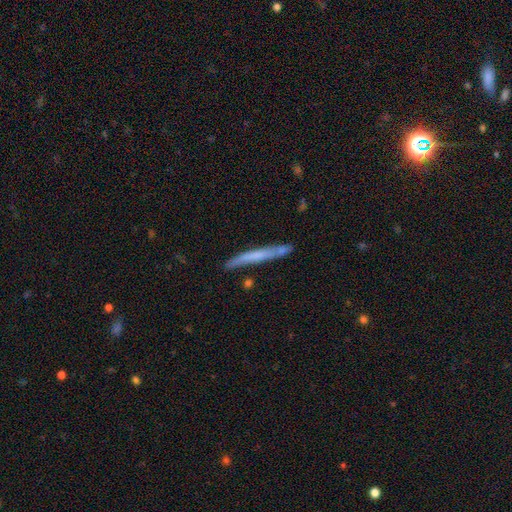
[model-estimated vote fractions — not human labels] A smooth galaxy with no disk features (51%) that is cigar-shaped (96%).

Vote fractions:
- Smooth or featured? smooth: 51% / featured or disk: 43% / star or artifact: 6%
- How rounded? cigar-shaped: 96% / in between: 2% / round: 1%
- Merging? none: 76% / minor disturbance: 15% / merger: 6% / major disturbance: 3%